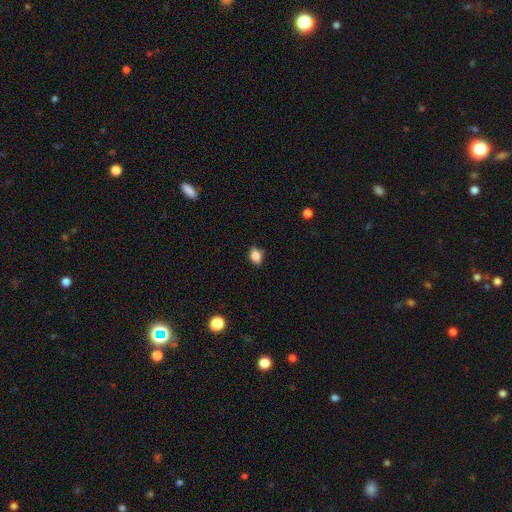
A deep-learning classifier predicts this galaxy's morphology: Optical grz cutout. It shows a smooth galaxy with no disk features (86%) that is in between round and cigar-shaped (74%). Merging: none (84%).